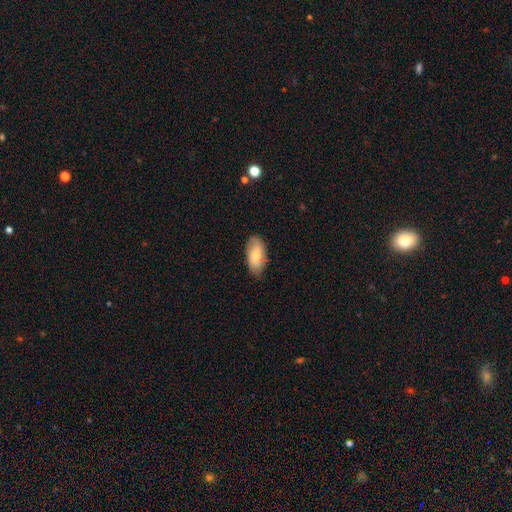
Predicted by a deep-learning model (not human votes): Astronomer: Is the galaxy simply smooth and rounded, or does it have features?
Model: smooth — 75%.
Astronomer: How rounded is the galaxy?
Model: in between — 93%.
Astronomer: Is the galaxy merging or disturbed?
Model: none — 80%.